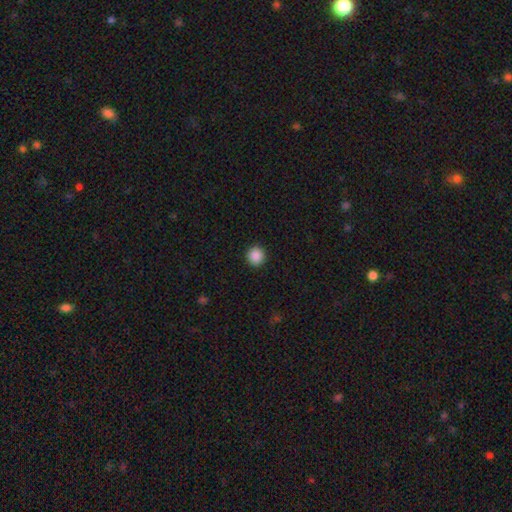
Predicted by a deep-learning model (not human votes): Q: Smooth or featured?
A: smooth (88%); runner-up: star or artifact (9%)
Q: How rounded?
A: round (94%); runner-up: in between (5%)
Q: Merging?
A: none (93%); runner-up: minor disturbance (4%)